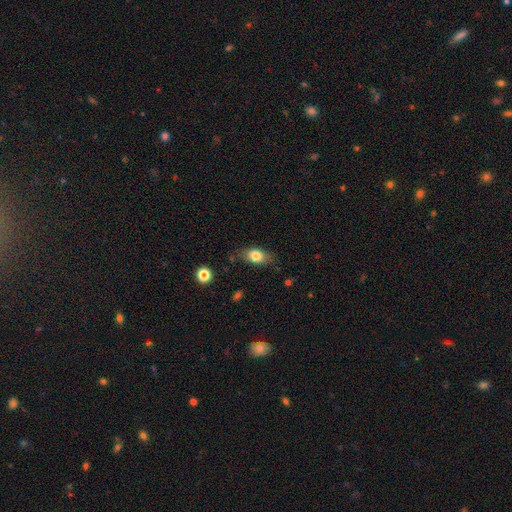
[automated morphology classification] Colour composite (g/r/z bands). It shows a smooth galaxy with no disk features (80%) that is in between round and cigar-shaped (82%). Merging: none (74%).